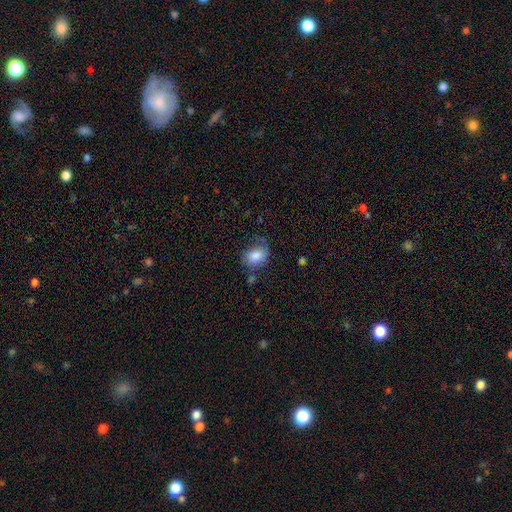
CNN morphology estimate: Q: Smooth or featured?
A: smooth (75%); runner-up: featured or disk (17%)
Q: How rounded?
A: in between (65%); runner-up: round (34%)
Q: Merging?
A: none (50%); runner-up: minor disturbance (28%)